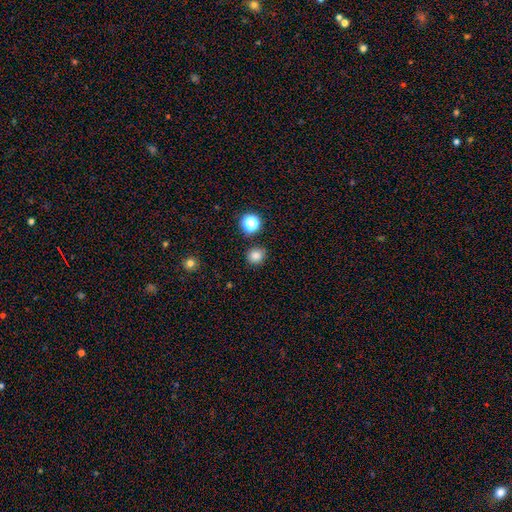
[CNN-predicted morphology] smooth 81%, star or artifact 14%, featured or disk 4%. Down the decision tree: how rounded — round (87%); merging — none (86%).